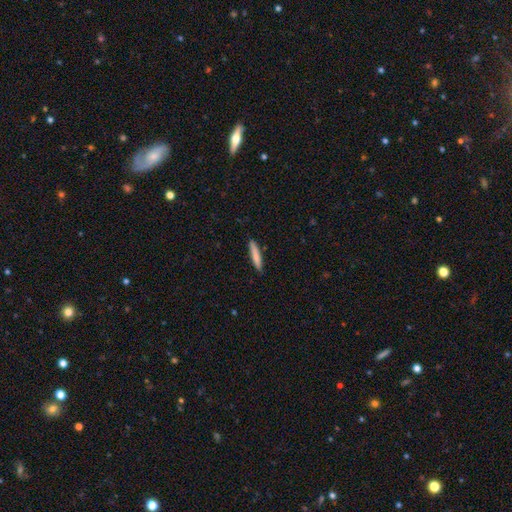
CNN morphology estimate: Smooth or featured: smooth — 80% (featured or disk — 15%)
How rounded: cigar-shaped — 92% (in between — 6%)
Merging: none — 89% (minor disturbance — 8%)